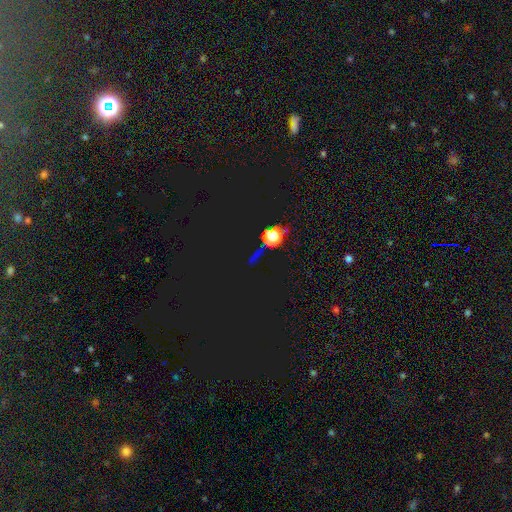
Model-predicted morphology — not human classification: smooth_or_featured: star or artifact (p=0.81) [alt: smooth p=0.12]